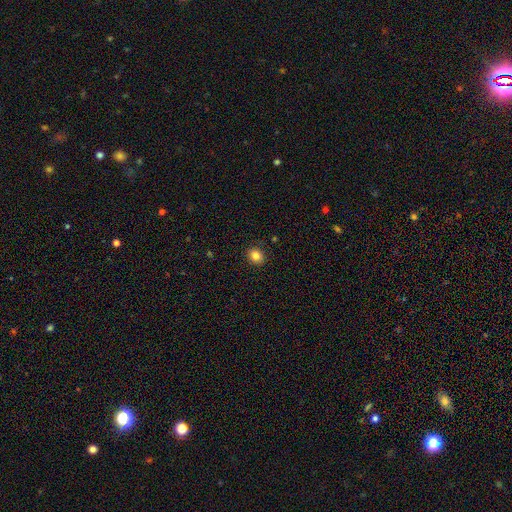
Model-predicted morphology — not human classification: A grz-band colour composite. It shows a smooth galaxy with no disk features (84%) that is round (67%). Merging: none (89%).